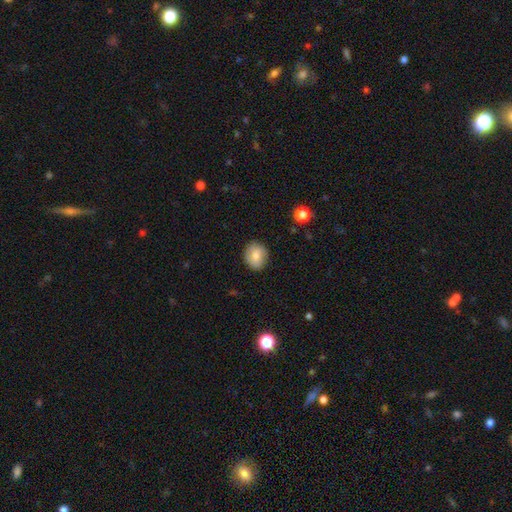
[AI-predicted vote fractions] A smooth galaxy with no disk features (78%) that is round (64%).

Vote fractions:
- Smooth or featured? smooth: 78% / featured or disk: 14% / star or artifact: 8%
- How rounded? round: 64% / in between: 35% / cigar-shaped: 1%
- Merging? none: 85% / minor disturbance: 12% / major disturbance: 3% / merger: 1%